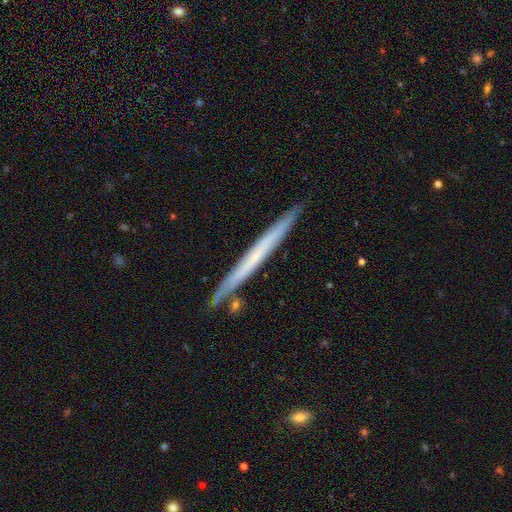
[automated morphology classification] This appears to be a featured or disk galaxy (54%) viewed edge-on (96%) with no central bulge (87%). Merging: none (88%).